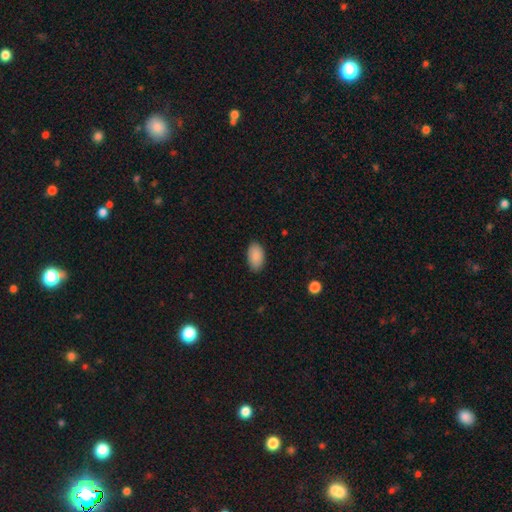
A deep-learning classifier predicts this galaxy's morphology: This is clearly a smooth galaxy (90%). How rounded: clearly in between (95%). Merging: clearly none (87%).